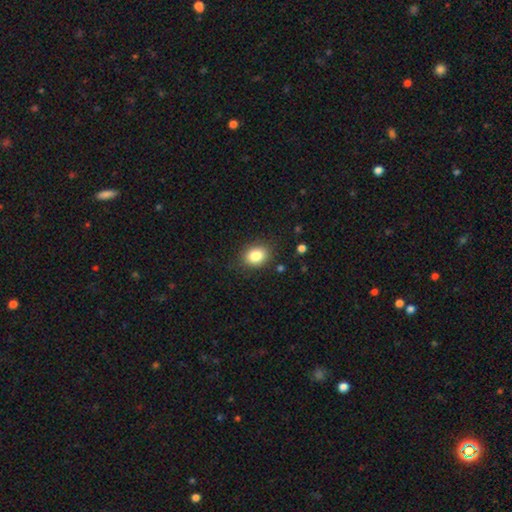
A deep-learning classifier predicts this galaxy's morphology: Smooth or featured? Predicted: smooth (p=0.84). How rounded? Predicted: in between (p=0.52). Merging? Predicted: none (p=0.85).